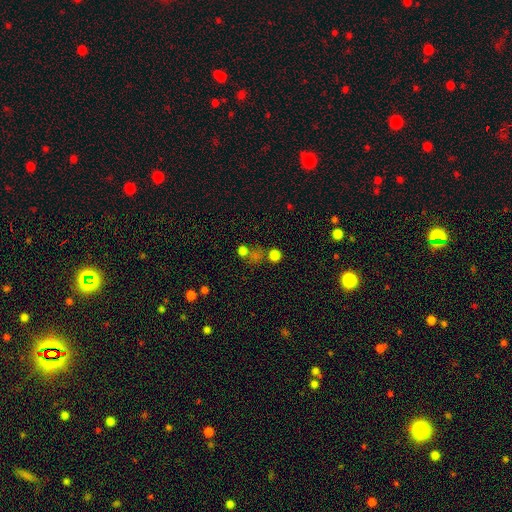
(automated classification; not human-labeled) A smooth galaxy with no disk features (46%).

Vote fractions:
- Smooth or featured? smooth: 46% / star or artifact: 43% / featured or disk: 11%
- Merging? none: 57% / merger: 25% / minor disturbance: 10% / major disturbance: 8%